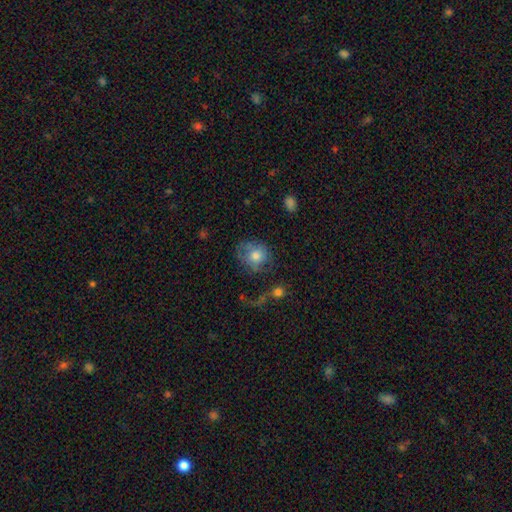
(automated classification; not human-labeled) Morphology: type=smooth (68%); roundness=round (74%); merging=none (51%).